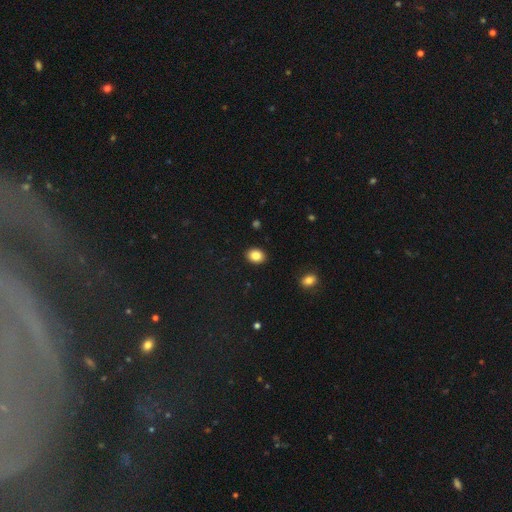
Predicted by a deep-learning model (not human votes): Smooth or featured? Predicted: smooth (p=0.86). How rounded? Predicted: in between (p=0.60). Merging? Predicted: none (p=0.90).